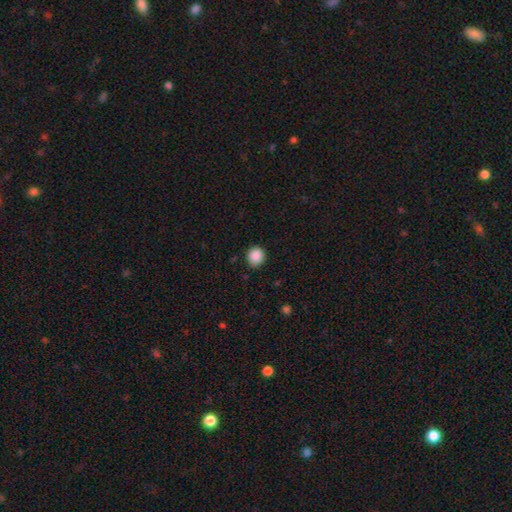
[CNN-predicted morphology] The model was most divided on "merging": none: 85%, minor disturbance: 11%, major disturbance: 2%, merger: 1%. More confident: smooth or featured — smooth (88%); how rounded — round (87%).